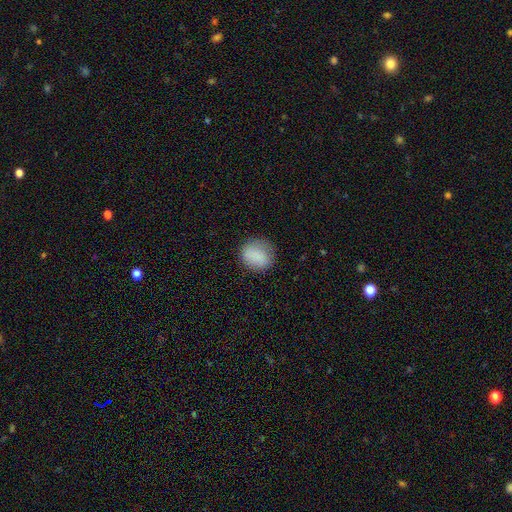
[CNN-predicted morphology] smooth 85%, star or artifact 8%, featured or disk 7%. Down the decision tree: how rounded — round (70%); merging — none (76%).